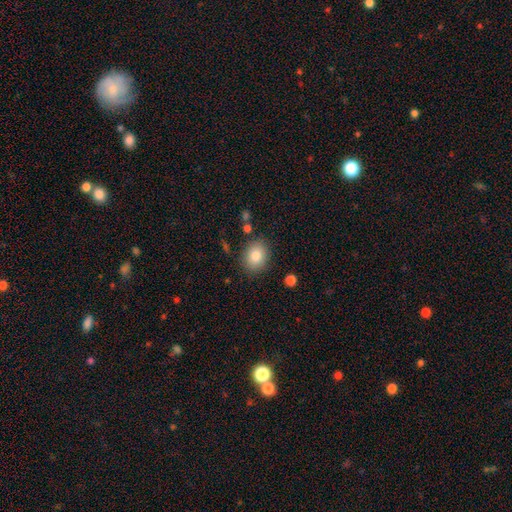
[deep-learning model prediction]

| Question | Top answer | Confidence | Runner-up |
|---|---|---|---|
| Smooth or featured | smooth | 84% | star or artifact (8%) |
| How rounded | in between | 52% | round (47%) |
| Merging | none | 84% | minor disturbance (10%) |